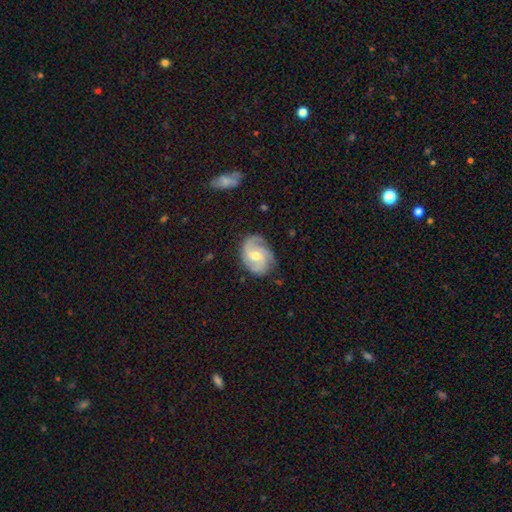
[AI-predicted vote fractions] smooth-or-featured: featured or disk: 83% | smooth: 12% | star or artifact: 5%
  disk-edge-on: no: 98% | yes: 2%
    bar: no: 51% | weak: 41% | strong: 8%
    has-spiral-arms: yes: 96% | no: 4%
      spiral-winding: medium: 44% | tight: 43% | loose: 13%
      spiral-arm-count: 3: 45% | 2: 28% | can't tell: 13% | 4: 6% | 1: 4% | more than 4: 4%
    bulge-size: moderate: 61% | small: 34% | large: 2% | none: 1% | dominant: 1%
  merging: none: 74% | minor disturbance: 19% | major disturbance: 6% | merger: 1%